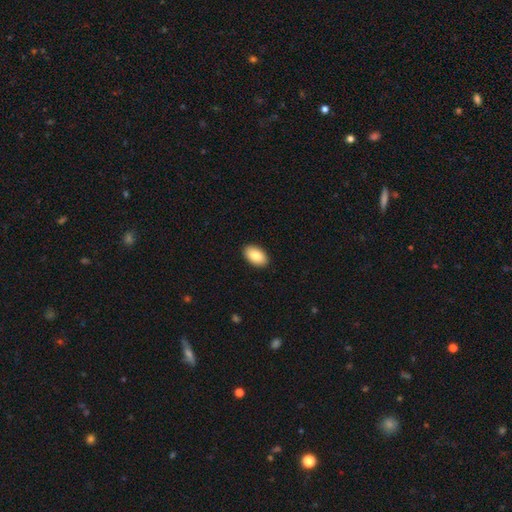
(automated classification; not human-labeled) This appears to be a smooth galaxy with no disk features (87%) that is in between round and cigar-shaped (95%). Merging: none (91%).